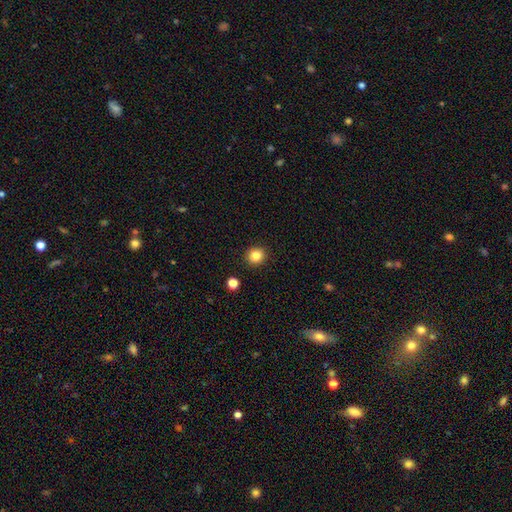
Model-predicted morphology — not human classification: Smooth or featured: smooth — 84% (star or artifact — 11%)
How rounded: round — 87% (in between — 12%)
Merging: none — 92% (minor disturbance — 5%)